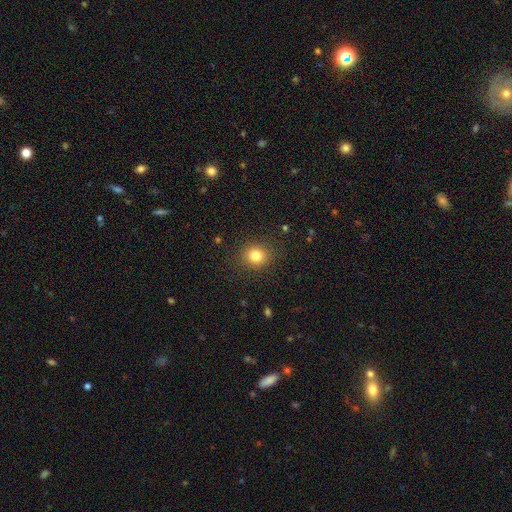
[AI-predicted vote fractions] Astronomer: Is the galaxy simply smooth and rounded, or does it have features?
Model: smooth — 81%.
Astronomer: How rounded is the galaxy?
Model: round — 78%.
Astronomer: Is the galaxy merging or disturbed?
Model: none — 88%.